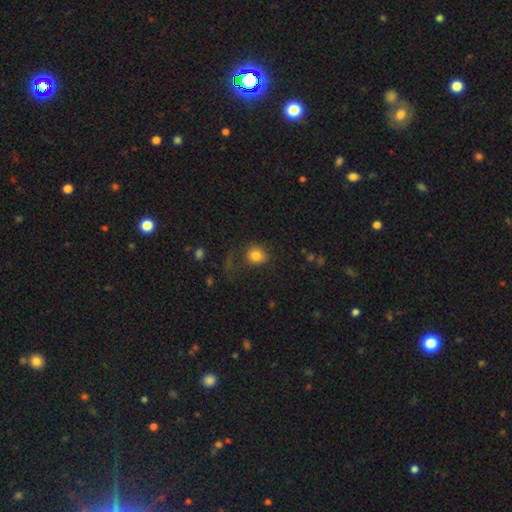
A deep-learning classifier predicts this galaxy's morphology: Smooth or featured: smooth — 82% (star or artifact — 11%)
How rounded: round — 77% (in between — 22%)
Merging: none — 69% (minor disturbance — 16%)